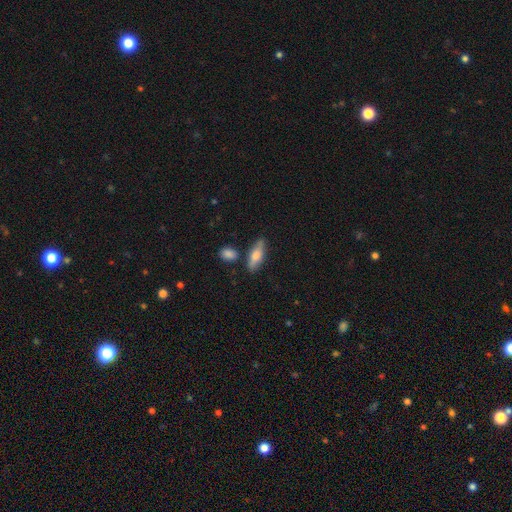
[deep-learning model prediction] Smooth or featured: smooth — 65% (featured or disk — 29%)
How rounded: in between — 56% (cigar-shaped — 41%)
Merging: none — 76% (minor disturbance — 15%)